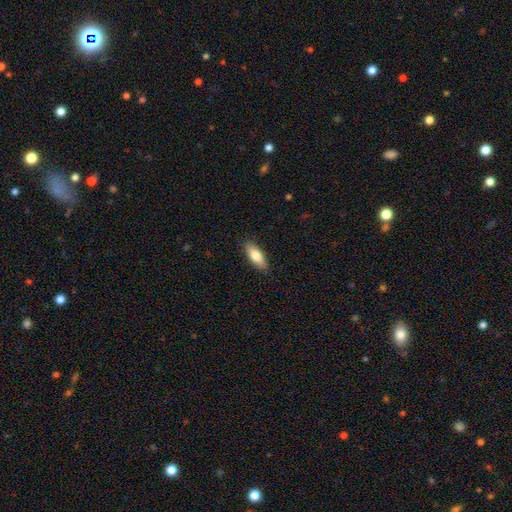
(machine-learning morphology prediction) smooth-or-featured: smooth: 80% | featured or disk: 14% | star or artifact: 6%
  how-rounded: in between: 75% | cigar-shaped: 22% | round: 2%
  merging: none: 88% | minor disturbance: 9% | major disturbance: 2% | merger: 1%